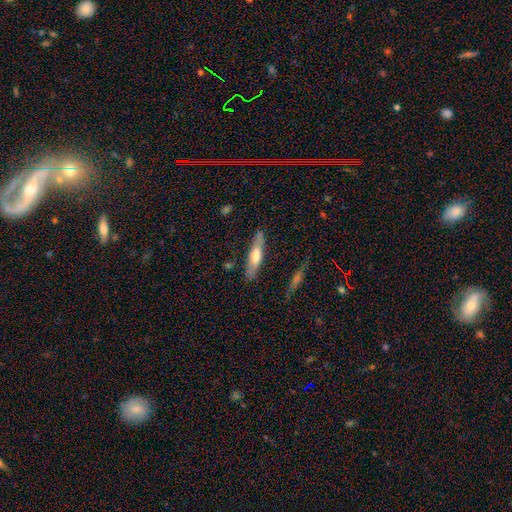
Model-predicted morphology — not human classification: Smooth or featured? smooth (51%)
How rounded? cigar-shaped (77%)
Merging? none (83%)